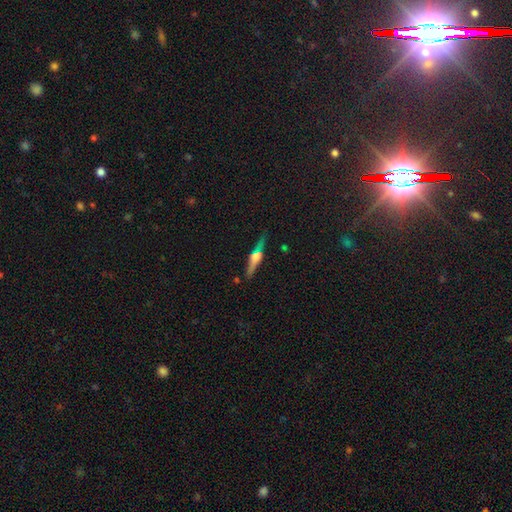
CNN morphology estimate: This appears to be a featured or disk galaxy (70%) viewed edge-on (97%) with a rounded central bulge (90%). Merging: none (84%).